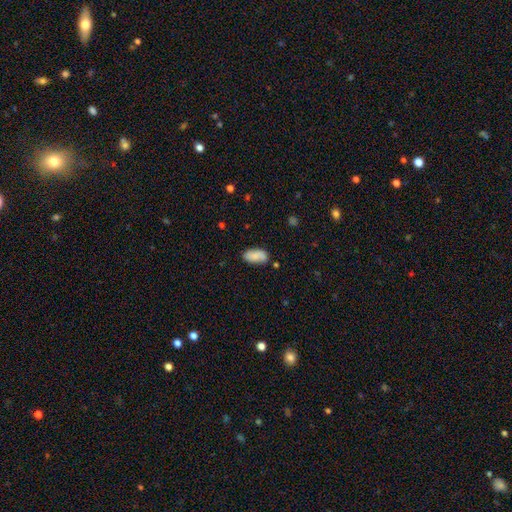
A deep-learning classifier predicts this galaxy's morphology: Smooth or featured: smooth — 77% (featured or disk — 15%)
How rounded: in between — 91% (cigar-shaped — 5%)
Merging: none — 70% (minor disturbance — 21%)